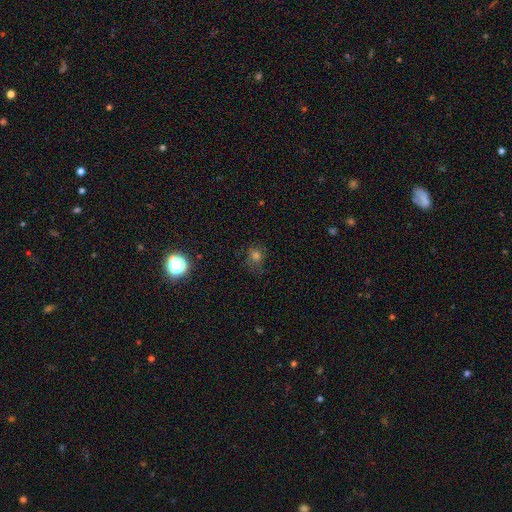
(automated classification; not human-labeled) This is likely a smooth galaxy (62%). How rounded: likely round (76%). Merging: likely none (67%).